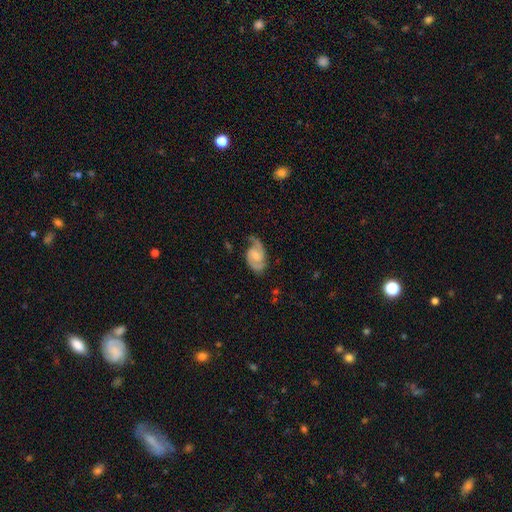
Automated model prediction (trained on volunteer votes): Morphology: type=featured or disk (82%); edge-on=no (97%); bar=no (47%); spiral arms=yes (96%); winding=medium (51%); arm count=2 (86%); bulge=small (44%); merging=none (62%).